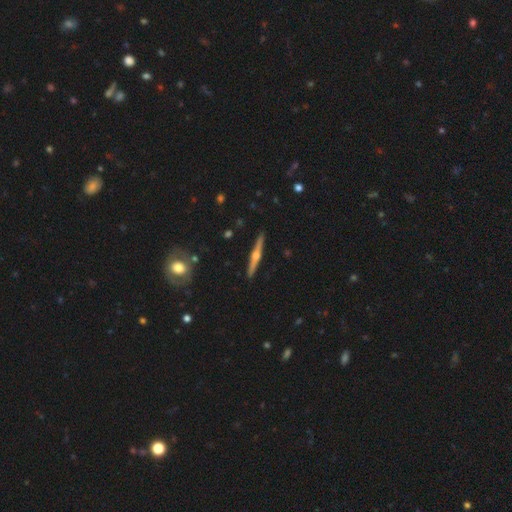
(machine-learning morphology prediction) Smooth or featured: featured or disk — 78% (smooth — 16%)
Edge-on disk: yes — 98% (no — 2%)
Edge-on bulge: rounded — 92% (none — 4%)
Merging: none — 91% (minor disturbance — 6%)